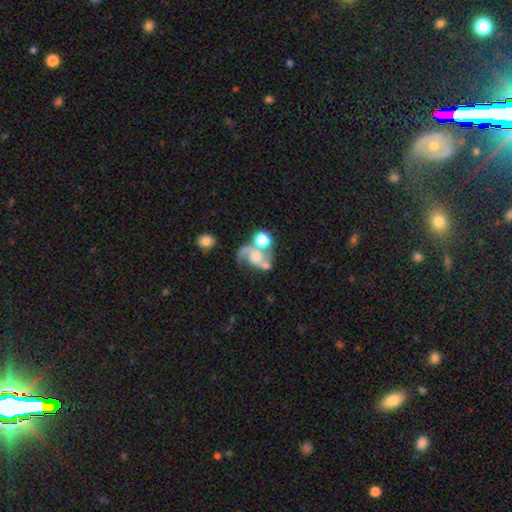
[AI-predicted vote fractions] Smooth or featured? Predicted: featured or disk (p=0.71). Edge-on disk? Predicted: no (p=0.98). Bar? Predicted: no (p=0.70). Spiral arms? Predicted: yes (p=0.89). Spiral winding? Predicted: loose (p=0.55). Spiral arm count? Predicted: 2 (p=0.74). Bulge size? Predicted: moderate (p=0.28). Merging? Predicted: merger (p=0.34).